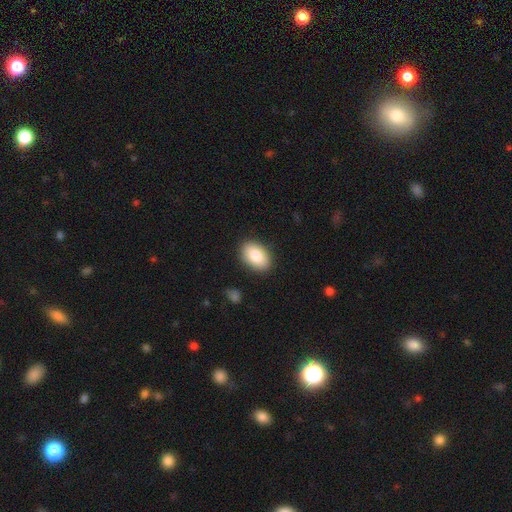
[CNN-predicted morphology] smooth_or_featured: smooth (p=0.85) [alt: featured or disk p=0.08]
how_rounded: in between (p=0.90) [alt: round p=0.09]
merging: none (p=0.88) [alt: minor disturbance p=0.09]